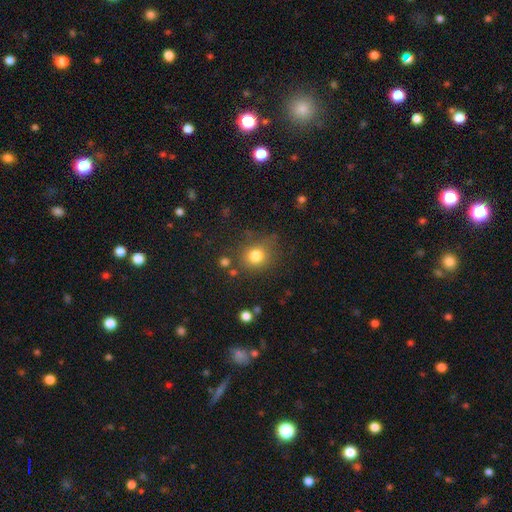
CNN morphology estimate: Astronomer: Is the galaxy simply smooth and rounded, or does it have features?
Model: smooth — 80%.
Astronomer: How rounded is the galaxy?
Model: round — 77%.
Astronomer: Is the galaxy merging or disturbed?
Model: none — 75%.